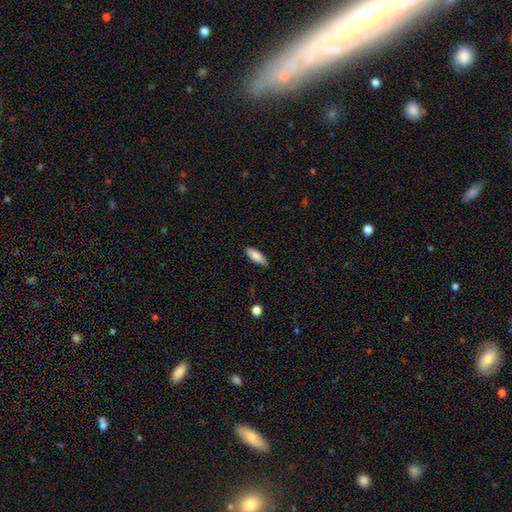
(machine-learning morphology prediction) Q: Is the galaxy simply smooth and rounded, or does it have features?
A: smooth — 85%.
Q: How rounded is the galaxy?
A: in between — 70%.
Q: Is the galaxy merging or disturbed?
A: none — 84%.